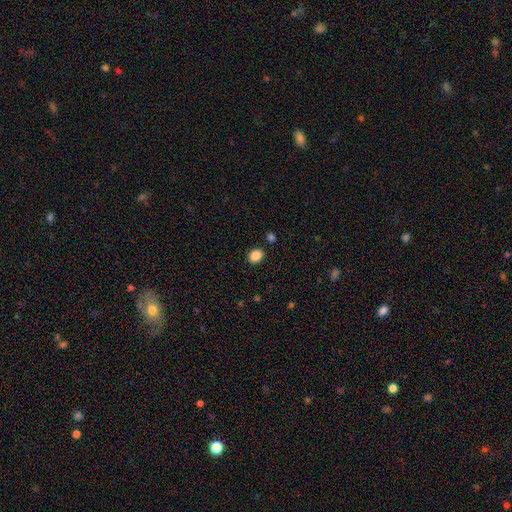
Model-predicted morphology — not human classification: A smooth galaxy with no disk features (87%) that is round (52%).

Vote fractions:
- Smooth or featured? smooth: 87% / star or artifact: 10% / featured or disk: 3%
- How rounded? round: 52% / in between: 47% / cigar-shaped: 1%
- Merging? none: 86% / minor disturbance: 8% / merger: 3% / major disturbance: 3%